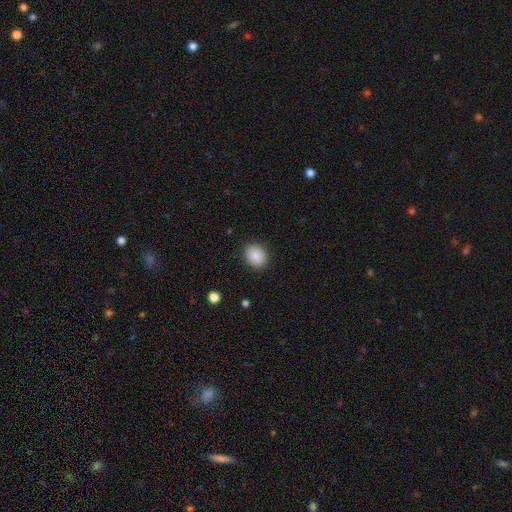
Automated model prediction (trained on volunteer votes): Smooth or featured? smooth (86%)
How rounded? round (53%)
Merging? none (88%)